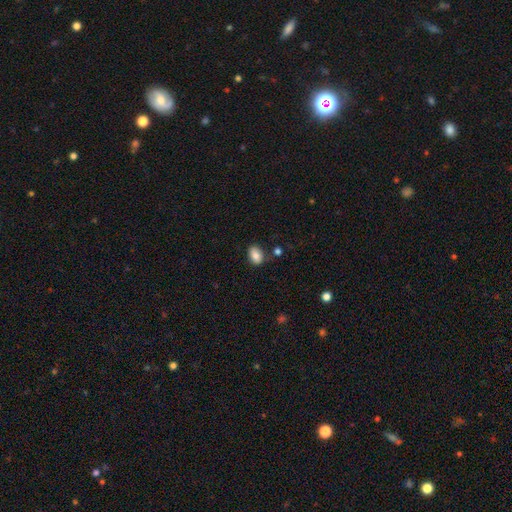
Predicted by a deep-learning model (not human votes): This appears to be a smooth galaxy with no disk features (83%) that is in between round and cigar-shaped (79%). Merging: none (76%).